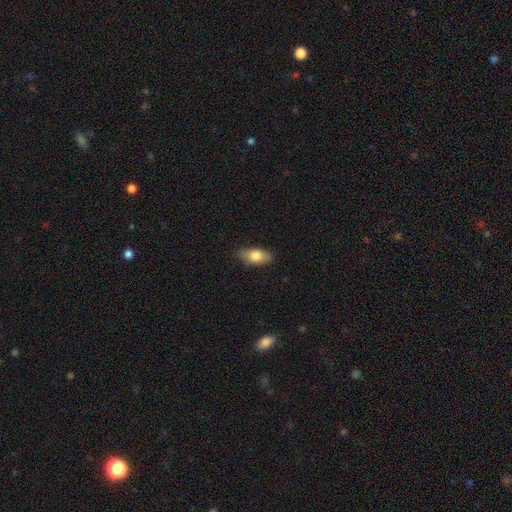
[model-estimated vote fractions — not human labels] Smooth or featured? smooth (78%)
How rounded? in between (88%)
Merging? none (79%)